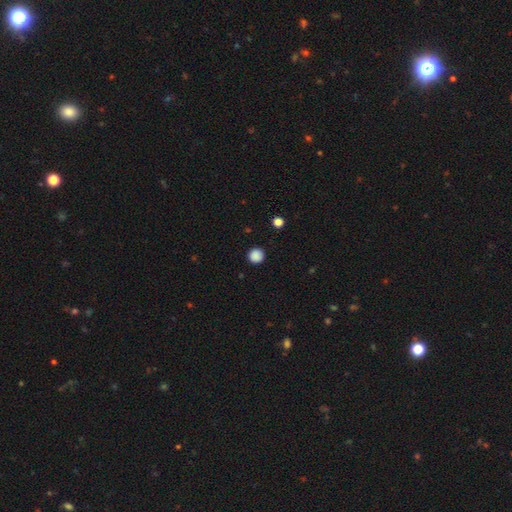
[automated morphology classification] A smooth galaxy with no disk features (87%) that is round (95%). Merging: none (91%).